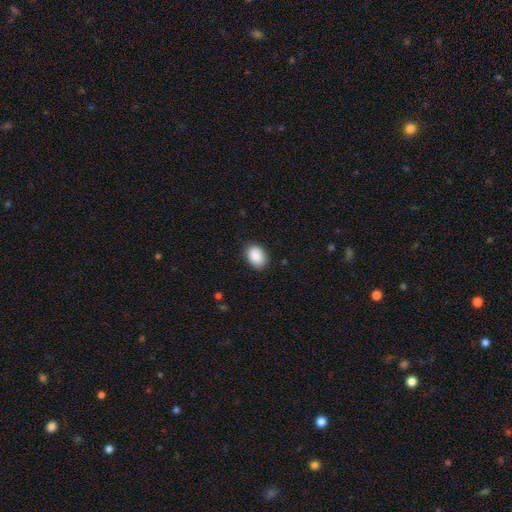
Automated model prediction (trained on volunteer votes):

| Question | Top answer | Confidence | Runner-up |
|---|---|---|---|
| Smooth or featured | smooth | 90% | star or artifact (7%) |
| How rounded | in between | 74% | round (25%) |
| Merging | none | 84% | minor disturbance (13%) |